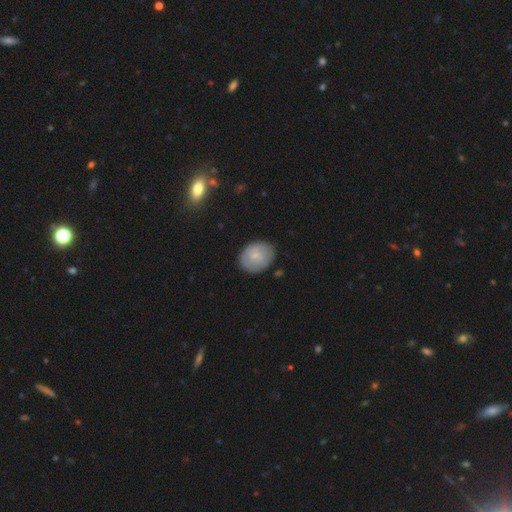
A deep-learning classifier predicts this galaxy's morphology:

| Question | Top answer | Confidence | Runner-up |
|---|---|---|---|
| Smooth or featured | smooth | 62% | featured or disk (31%) |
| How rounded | round | 53% | in between (46%) |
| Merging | none | 79% | minor disturbance (16%) |